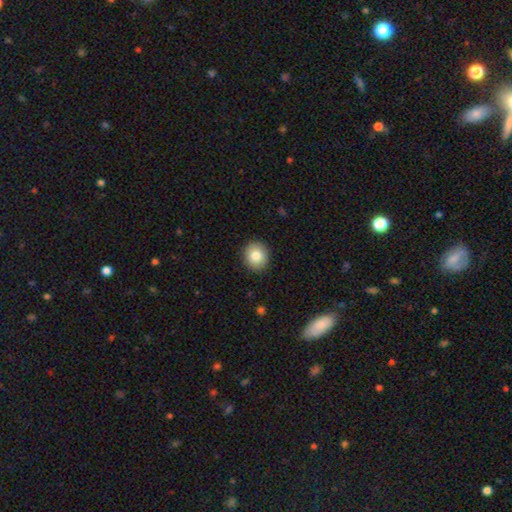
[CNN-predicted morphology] smooth-or-featured: smooth: 84% | star or artifact: 8% | featured or disk: 8%
  how-rounded: round: 80% | in between: 20% | cigar-shaped: 1%
  merging: none: 91% | minor disturbance: 7% | major disturbance: 2% | merger: 1%